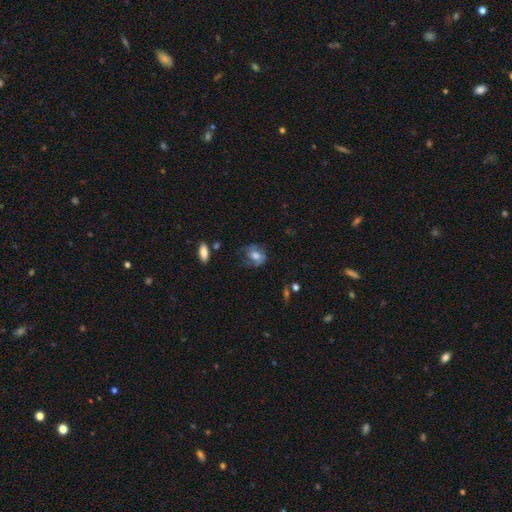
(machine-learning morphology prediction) smooth_or_featured: smooth (p=0.54) [alt: featured or disk p=0.38]
how_rounded: in between (p=0.51) [alt: round p=0.47]
merging: none (p=0.55) [alt: minor disturbance p=0.27]